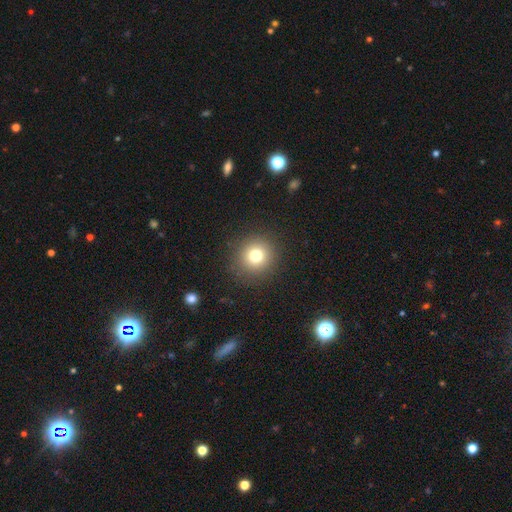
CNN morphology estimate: Smooth or featured?
  - smooth: 77% *
  - star or artifact: 14%
  - featured or disk: 9%
How rounded?
  - round: 92% *
  - in between: 7%
  - cigar-shaped: 1%
Merging?
  - none: 90% *
  - minor disturbance: 6%
  - major disturbance: 3%
  - merger: 1%